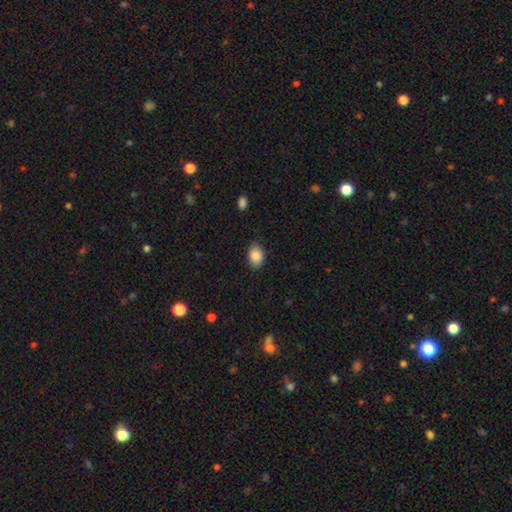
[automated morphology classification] A smooth galaxy with no disk features (88%) that is in between round and cigar-shaped (82%). Merging: none (85%).